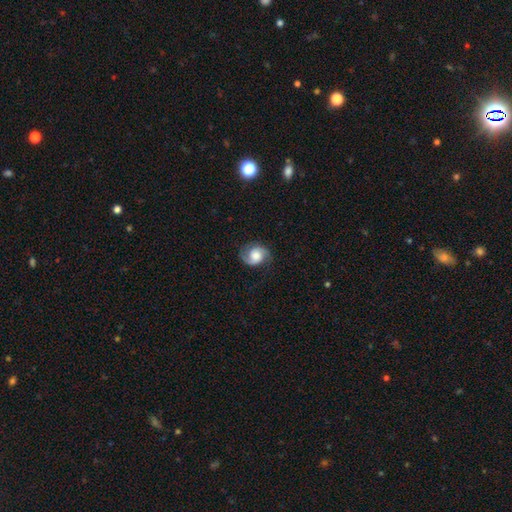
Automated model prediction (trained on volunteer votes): smooth_or_featured: featured or disk (p=0.71) [alt: smooth p=0.21]
disk_edge_on: no (p=0.98) [alt: yes p=0.02]
bar: no (p=0.64) [alt: weak p=0.30]
has_spiral_arms: yes (p=0.95) [alt: no p=0.05]
spiral_winding: medium (p=0.45) [alt: loose p=0.29]
spiral_arm_count: 2 (p=0.90) [alt: 1 p=0.04]
bulge_size: large (p=0.39) [alt: moderate p=0.35]
merging: none (p=0.77) [alt: minor disturbance p=0.16]